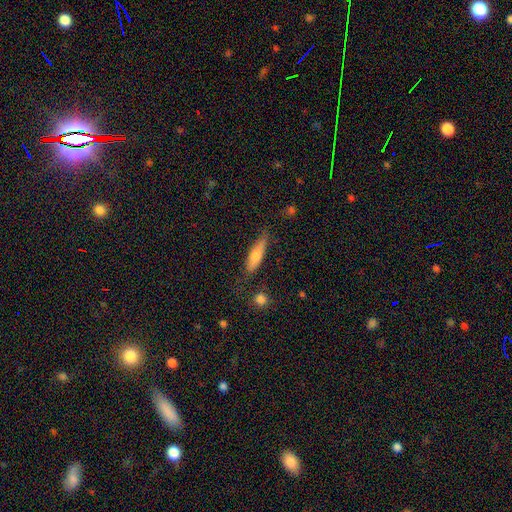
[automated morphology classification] smooth 62%, featured or disk 31%, star or artifact 7%. Down the decision tree: how rounded — cigar-shaped (64%); merging — none (71%).